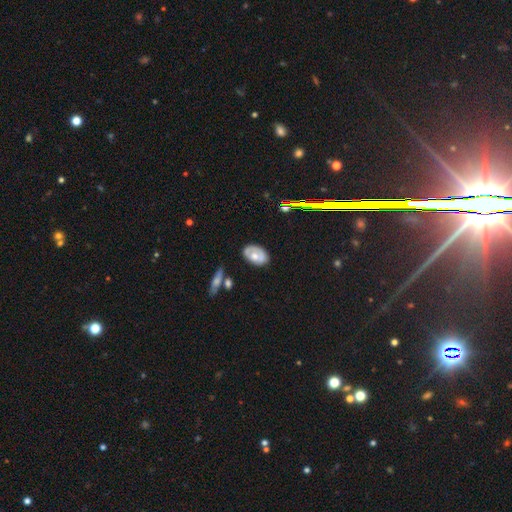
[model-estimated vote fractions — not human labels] Smooth or featured: smooth — 51% (featured or disk — 42%)
How rounded: in between — 88% (round — 11%)
Merging: none — 70% (minor disturbance — 21%)